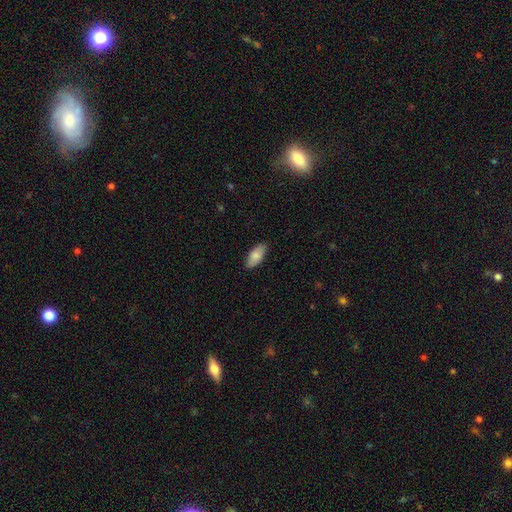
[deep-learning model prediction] Smooth or featured? smooth (83%)
How rounded? in between (89%)
Merging? none (86%)